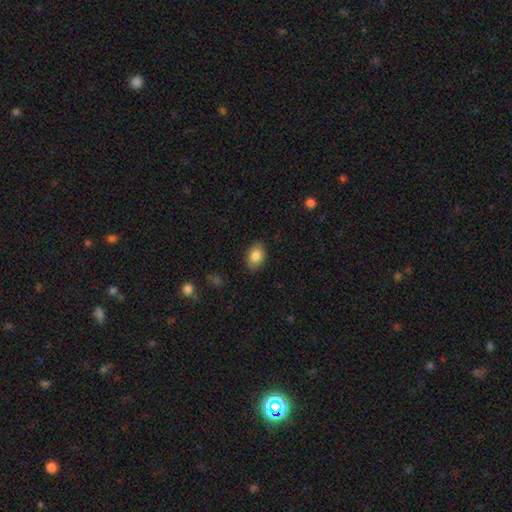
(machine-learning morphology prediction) Smooth or featured: smooth — 84% (featured or disk — 8%)
How rounded: in between — 84% (round — 15%)
Merging: none — 86% (minor disturbance — 11%)